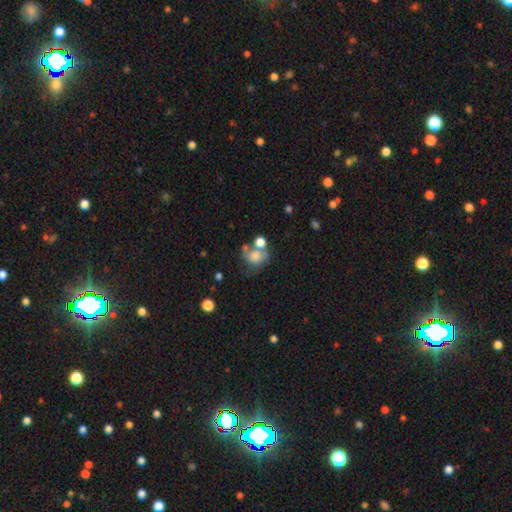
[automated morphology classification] The model was most divided on "merging" (2-way tie): merger: 32%, none: 32%, major disturbance: 18%, minor disturbance: 18%. More confident: smooth or featured — smooth (66%); how rounded — round (63%).